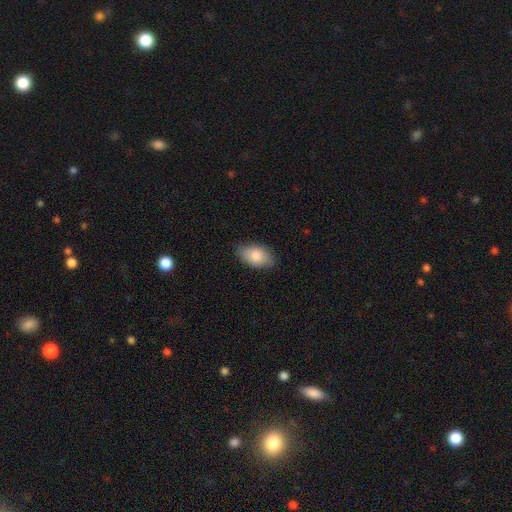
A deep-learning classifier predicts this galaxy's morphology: Q: Smooth or featured?
A: smooth (84%); runner-up: featured or disk (10%)
Q: How rounded?
A: in between (92%); runner-up: round (6%)
Q: Merging?
A: none (83%); runner-up: minor disturbance (14%)